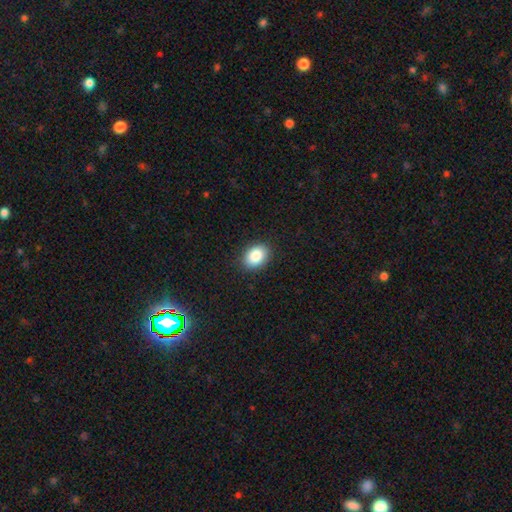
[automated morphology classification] The model was most divided on "how rounded": in between: 74%, round: 25%, cigar-shaped: 1%. More confident: merging — none (89%); smooth or featured — smooth (86%).